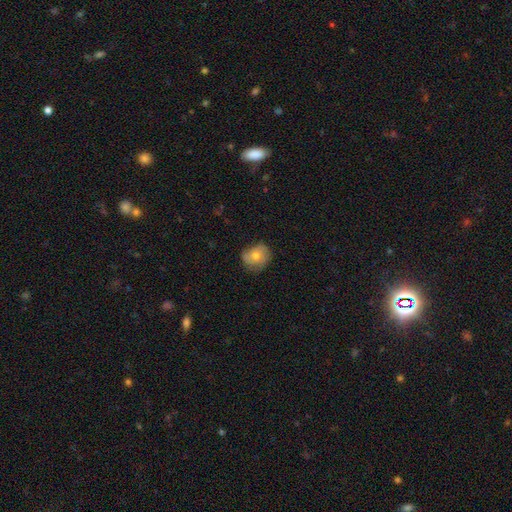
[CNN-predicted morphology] smooth 53%, featured or disk 38%, star or artifact 8%. Down the decision tree: how rounded — round (68%); merging — none (68%).